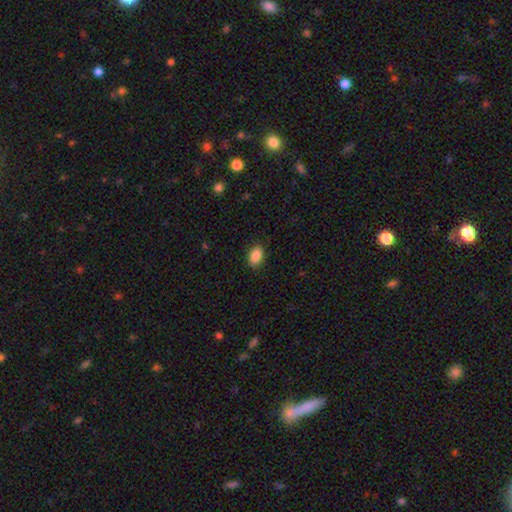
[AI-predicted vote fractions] Morphology: type=smooth (89%); roundness=in between (89%); merging=none (86%).